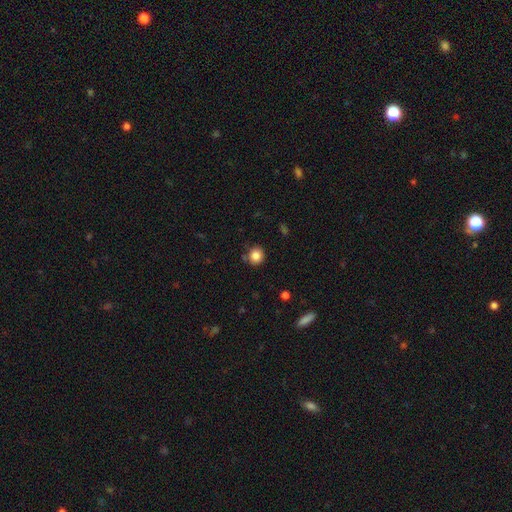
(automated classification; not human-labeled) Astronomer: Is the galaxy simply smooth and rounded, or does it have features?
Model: smooth — 84%.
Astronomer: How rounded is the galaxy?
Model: round — 87%.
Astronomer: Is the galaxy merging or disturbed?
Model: none — 80%.